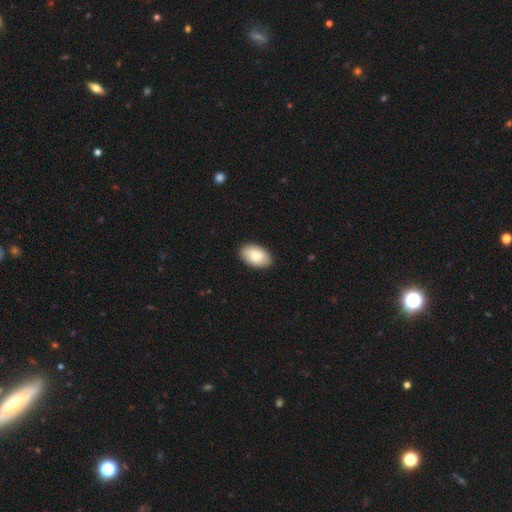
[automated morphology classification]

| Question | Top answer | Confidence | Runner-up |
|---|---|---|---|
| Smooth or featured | smooth | 84% | featured or disk (11%) |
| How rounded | in between | 94% | round (5%) |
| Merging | none | 89% | minor disturbance (9%) |